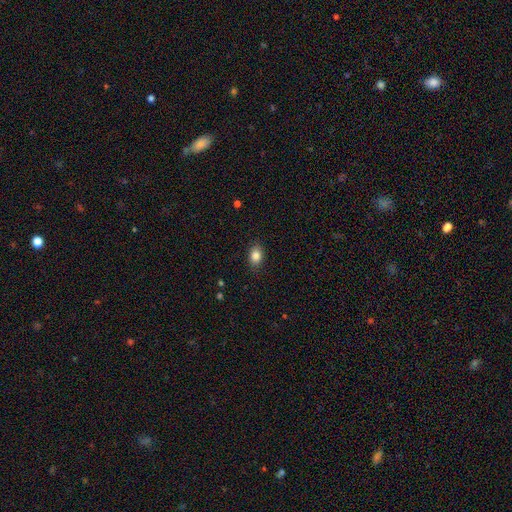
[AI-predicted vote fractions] A smooth galaxy with no disk features (84%) that is in between round and cigar-shaped (76%). Merging: none (87%).